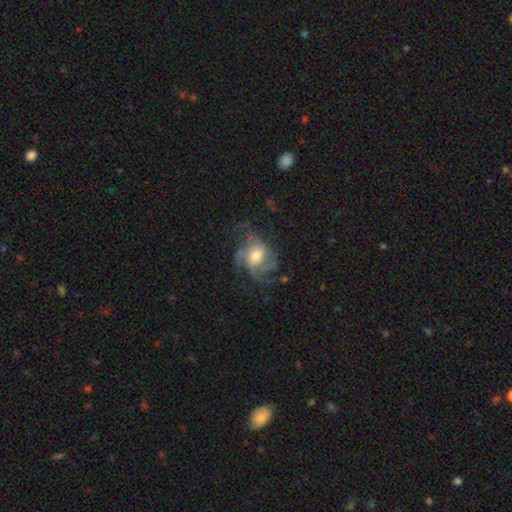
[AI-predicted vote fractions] The model was most divided on "spiral arm count": 3: 31%, 4: 29%, can't tell: 19%, 2: 9%, more than 4: 6%, 1: 6%. Remaining: edge-on disk — no (97%); spiral arms — yes (92%); smooth or featured — featured or disk (79%); bulge size — moderate (63%); bar — no (56%); merging — none (54%); spiral winding — medium (47%).